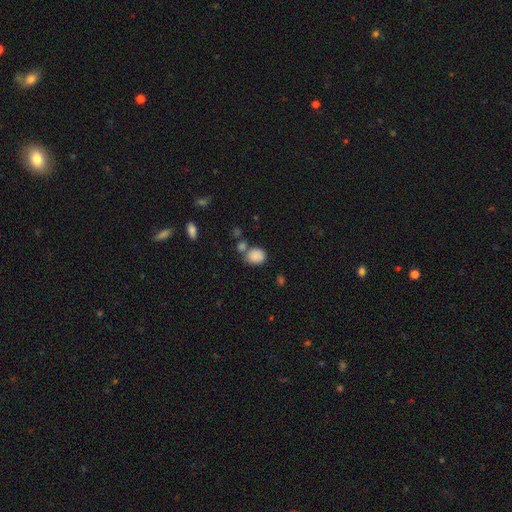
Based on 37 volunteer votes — Volunteers were most divided on "how rounded": in between: 62%, round: 38%, cigar-shaped: 0%. More confident: smooth or featured — smooth (92%); merging — none (50%).